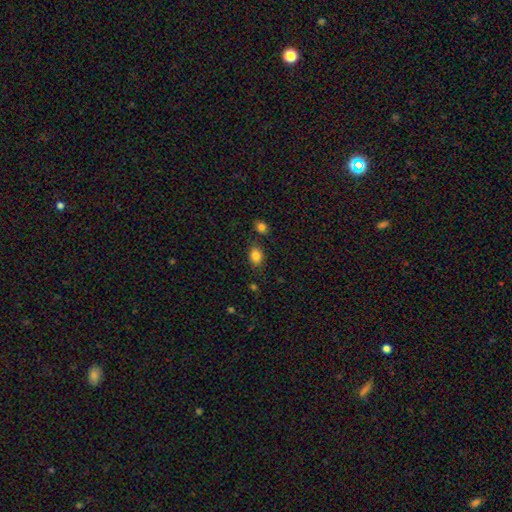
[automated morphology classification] smooth-or-featured: smooth: 85% | star or artifact: 10% | featured or disk: 5%
  how-rounded: in between: 61% | round: 38% | cigar-shaped: 1%
  merging: none: 78% | minor disturbance: 13% | merger: 6% | major disturbance: 3%